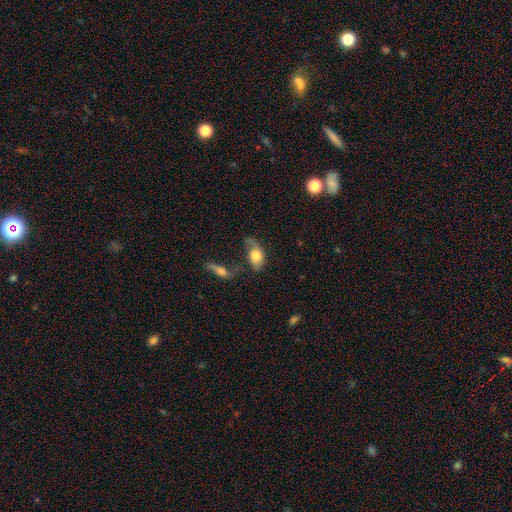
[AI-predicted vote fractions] smooth 59%, featured or disk 33%, star or artifact 8%. Down the decision tree: how rounded — in between (86%); merging — major disturbance (30%).